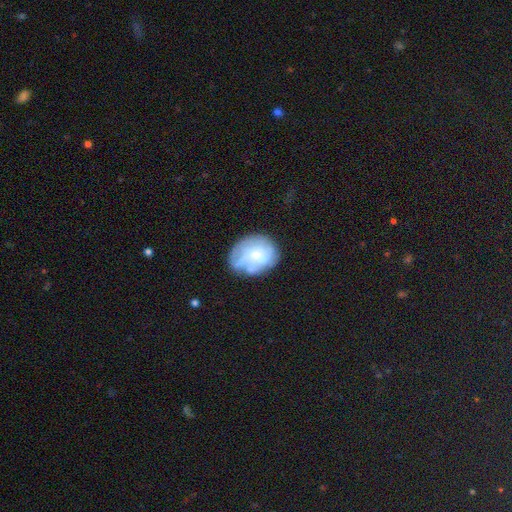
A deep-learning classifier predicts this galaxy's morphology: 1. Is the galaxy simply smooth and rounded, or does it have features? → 48% featured or disk, 44% smooth, 9% star or artifact.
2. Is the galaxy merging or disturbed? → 61% none, 24% minor disturbance, 11% major disturbance, 4% merger.